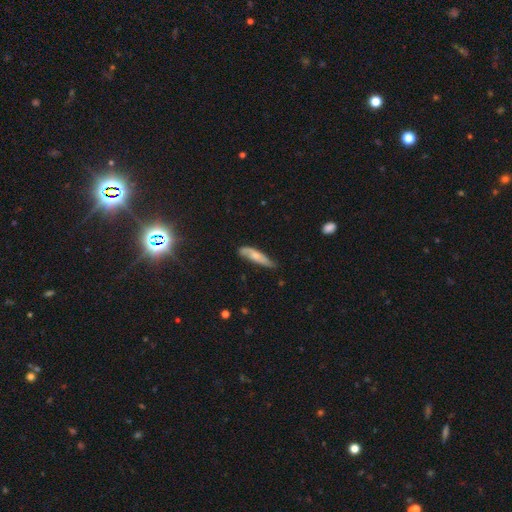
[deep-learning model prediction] Overall: smooth (58%; featured or disk 36%). How rounded: cigar-shaped (71%). Merging: none (57%; minor disturbance 33%).